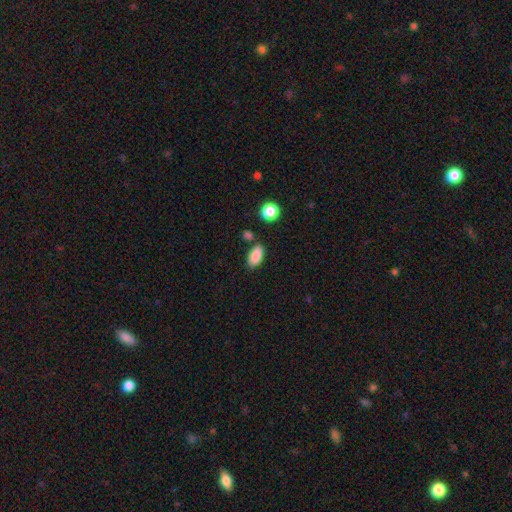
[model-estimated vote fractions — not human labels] Morphology: type=smooth (88%); roundness=in between (91%); merging=none (76%).